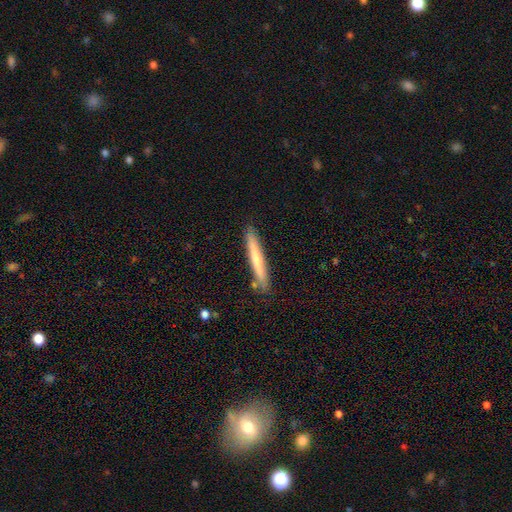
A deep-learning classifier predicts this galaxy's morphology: smooth-or-featured: smooth: 57% | featured or disk: 37% | star or artifact: 6%
  how-rounded: cigar-shaped: 95% | in between: 4% | round: 1%
  merging: none: 88% | minor disturbance: 9% | merger: 2% | major disturbance: 2%